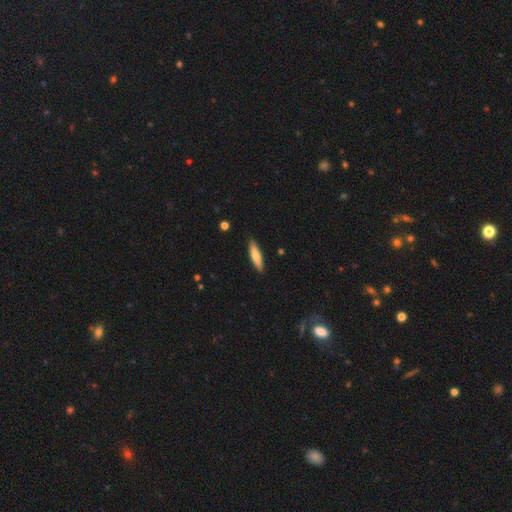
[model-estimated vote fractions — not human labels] Q: Smooth or featured?
A: smooth (72%); runner-up: featured or disk (23%)
Q: How rounded?
A: cigar-shaped (73%); runner-up: in between (25%)
Q: Merging?
A: none (88%); runner-up: minor disturbance (9%)